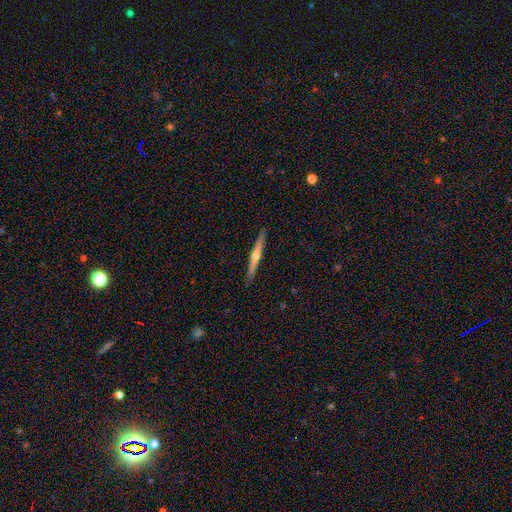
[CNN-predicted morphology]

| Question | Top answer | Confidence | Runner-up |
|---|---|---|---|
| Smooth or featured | featured or disk | 65% | smooth (29%) |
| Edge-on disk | yes | 97% | no (3%) |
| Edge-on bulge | rounded | 86% | none (11%) |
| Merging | none | 91% | minor disturbance (7%) |